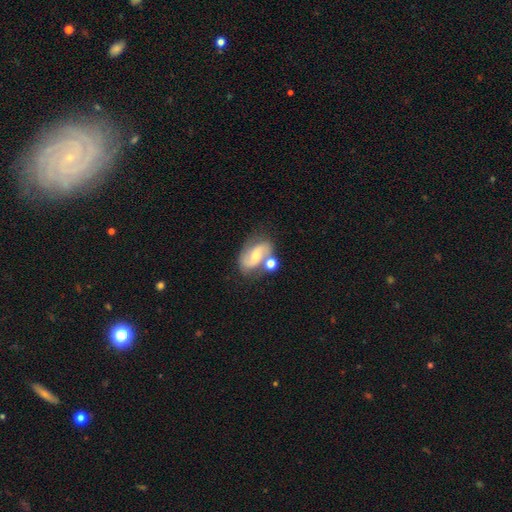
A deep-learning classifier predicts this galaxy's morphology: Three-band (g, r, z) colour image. It shows a featured or disk galaxy (75%) with no bar (47%), 2 (91%) medium (46%) spiral arms (92%) and a moderate central bulge (49%). Merging: none (59%).